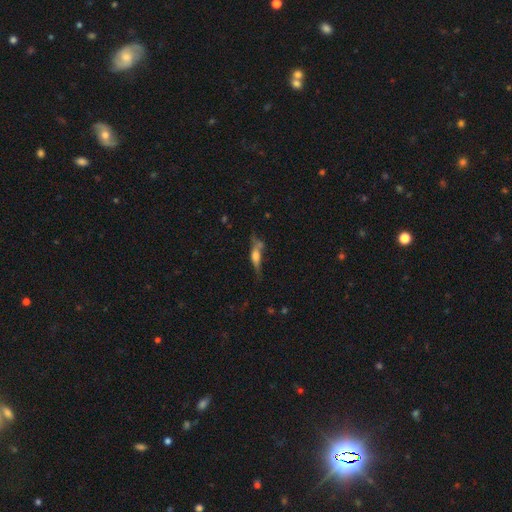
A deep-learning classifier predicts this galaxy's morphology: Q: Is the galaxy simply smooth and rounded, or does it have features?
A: featured or disk — 49%.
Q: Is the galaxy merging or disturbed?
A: none — 47%.